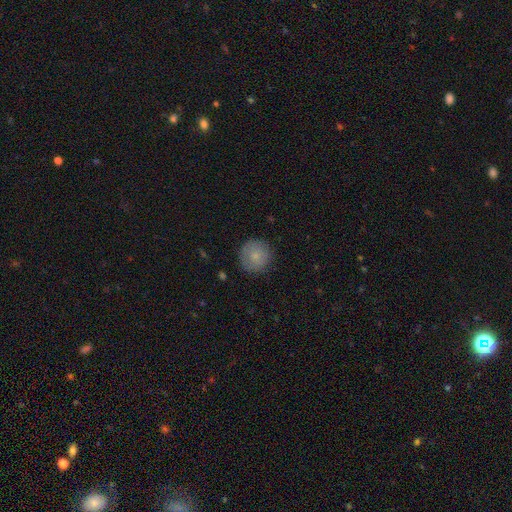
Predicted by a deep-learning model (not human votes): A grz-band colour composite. It shows a smooth galaxy with no disk features (81%) that is round (94%). Merging: none (86%).